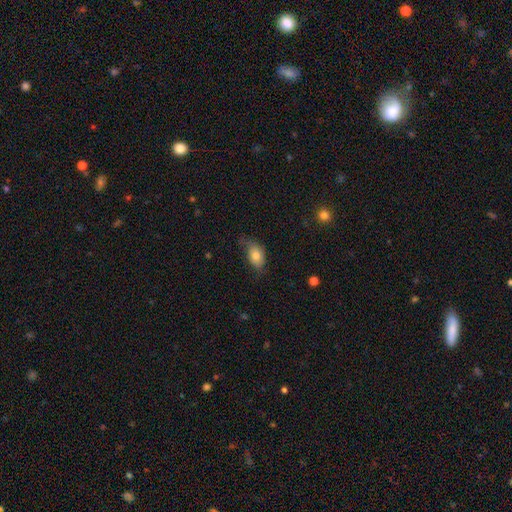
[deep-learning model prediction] A smooth galaxy with no disk features (78%) that is in between round and cigar-shaped (89%).

Vote fractions:
- Smooth or featured? smooth: 78% / featured or disk: 15% / star or artifact: 8%
- How rounded? in between: 89% / round: 9% / cigar-shaped: 2%
- Merging? none: 53% / minor disturbance: 33% / major disturbance: 12% / merger: 2%